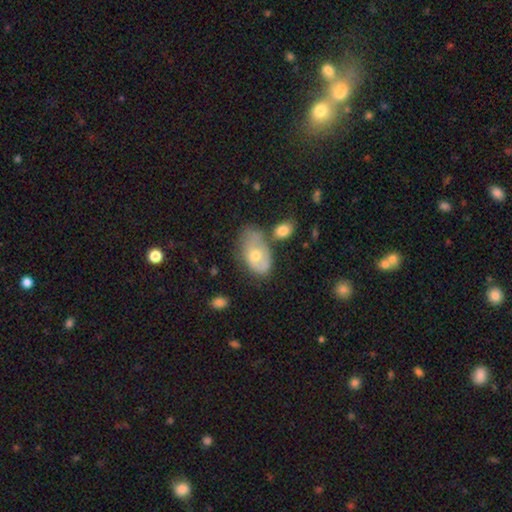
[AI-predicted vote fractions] Smooth or featured? smooth (53%)
How rounded? in between (90%)
Merging? none (36%)